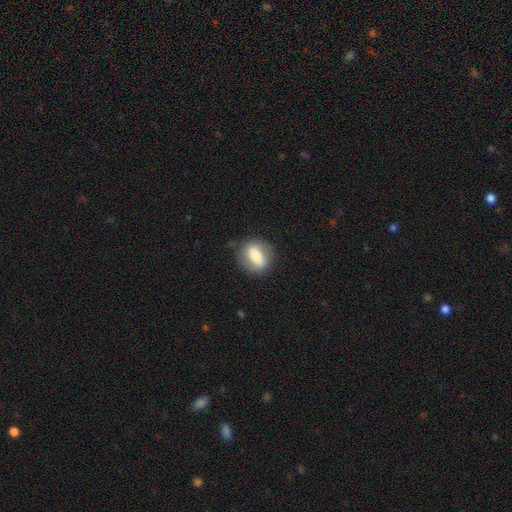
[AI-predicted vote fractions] Smooth or featured: smooth — 65% (featured or disk — 28%)
How rounded: in between — 60% (round — 34%)
Merging: none — 77% (minor disturbance — 15%)